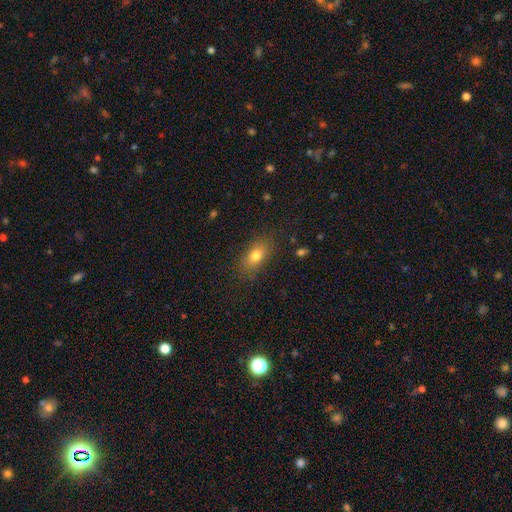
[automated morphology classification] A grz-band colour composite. It shows a smooth galaxy with no disk features (78%) that is in between round and cigar-shaped (81%). Merging: none (81%).